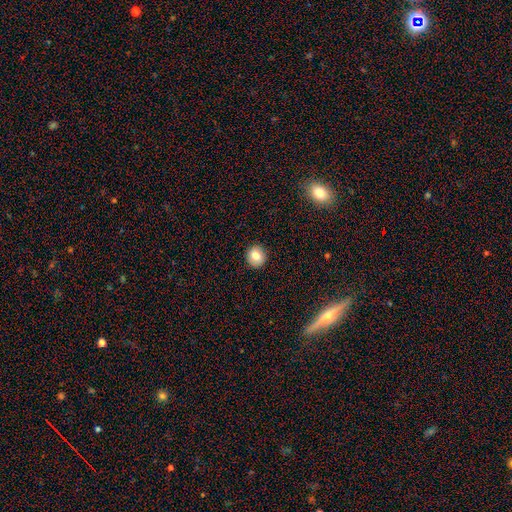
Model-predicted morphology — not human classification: Overall: smooth (80%). How rounded: round (86%). Merging: none (91%).